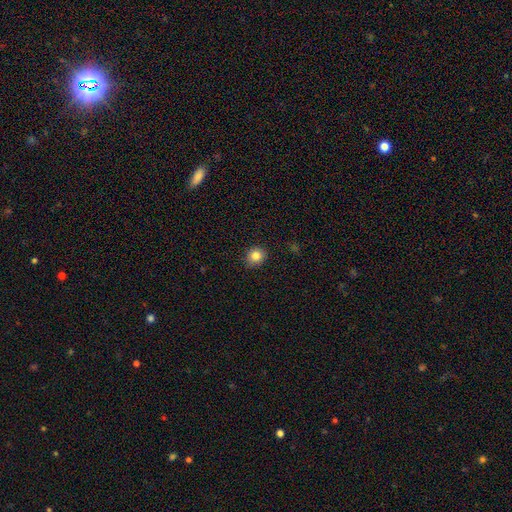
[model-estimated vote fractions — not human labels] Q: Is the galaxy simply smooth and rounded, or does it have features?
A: smooth — 83%.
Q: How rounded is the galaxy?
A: round — 79%.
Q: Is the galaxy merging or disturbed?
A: none — 89%.